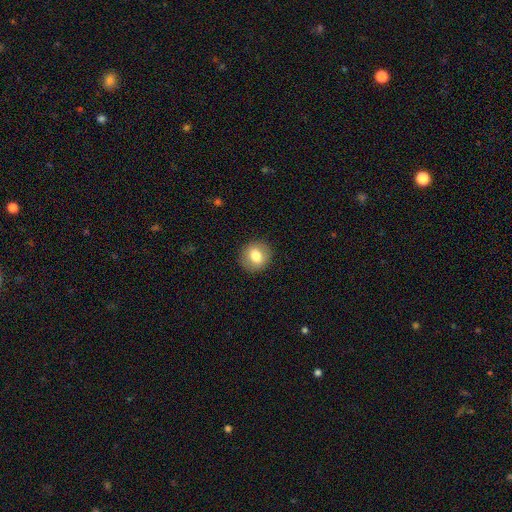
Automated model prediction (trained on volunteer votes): Smooth or featured? smooth (77%)
How rounded? round (83%)
Merging? none (90%)